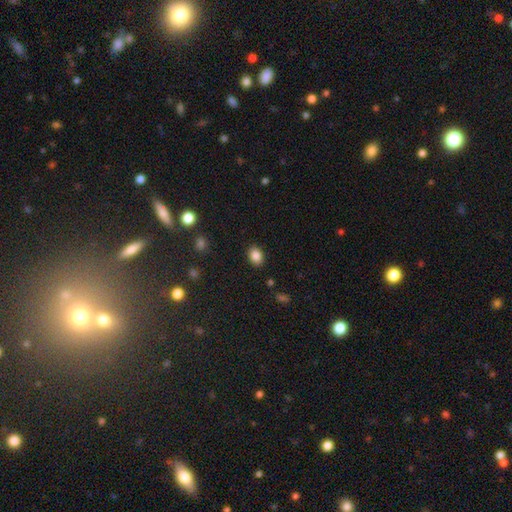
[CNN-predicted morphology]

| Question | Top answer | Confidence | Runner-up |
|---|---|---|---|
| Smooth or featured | smooth | 86% | star or artifact (9%) |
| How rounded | in between | 73% | round (26%) |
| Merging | none | 88% | minor disturbance (8%) |